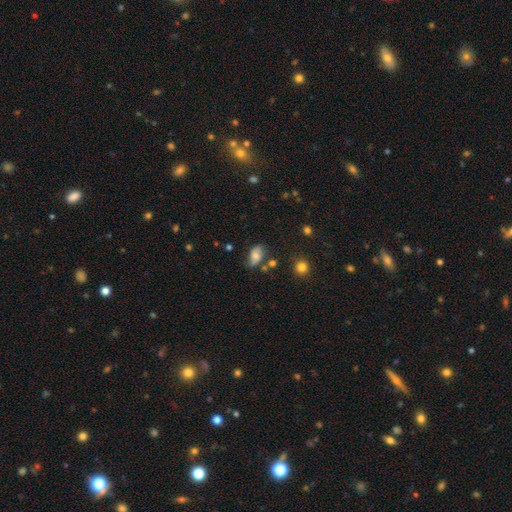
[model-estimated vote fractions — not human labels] Smooth or featured: smooth — 55% (featured or disk — 34%)
How rounded: in between — 88% (round — 10%)
Merging: none — 57% (minor disturbance — 27%)